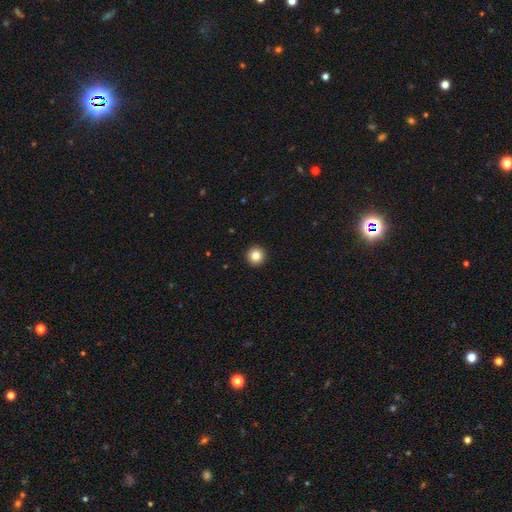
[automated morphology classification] type=smooth (84%); roundness=round (96%); merging=none (94%).